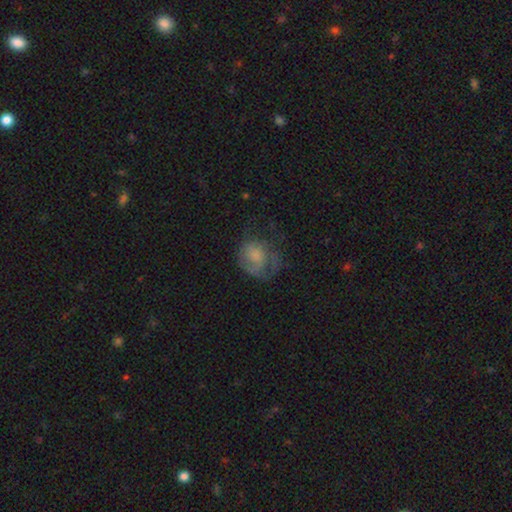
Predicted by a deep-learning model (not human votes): smooth-or-featured: smooth: 53% | featured or disk: 37% | star or artifact: 9%
  how-rounded: round: 62% | in between: 37% | cigar-shaped: 1%
  merging: none: 39% | major disturbance: 34% | minor disturbance: 25% | merger: 2%